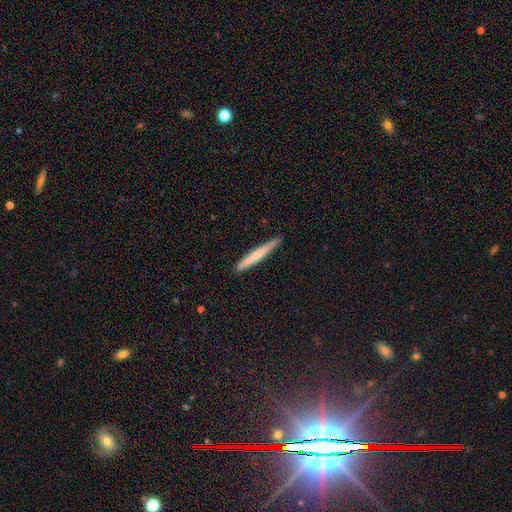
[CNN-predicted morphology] type=smooth (61%); roundness=cigar-shaped (96%); merging=none (89%).